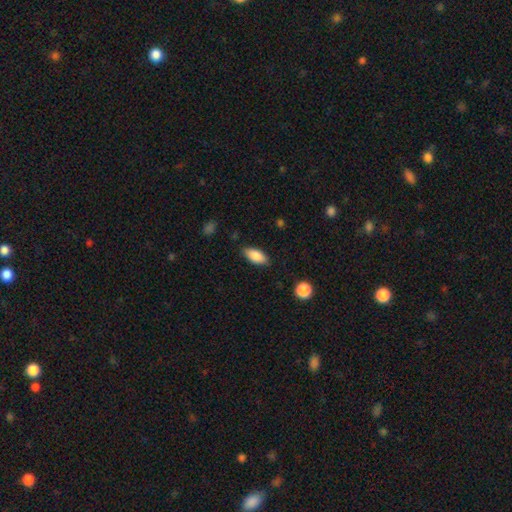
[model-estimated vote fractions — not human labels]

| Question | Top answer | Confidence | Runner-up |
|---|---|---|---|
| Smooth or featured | smooth | 87% | star or artifact (7%) |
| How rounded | in between | 90% | cigar-shaped (8%) |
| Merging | none | 84% | minor disturbance (12%) |